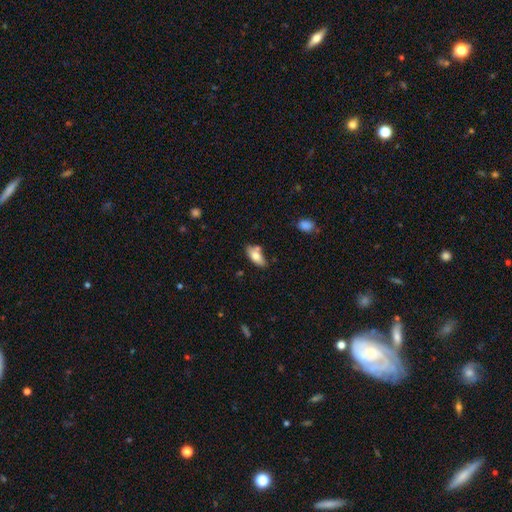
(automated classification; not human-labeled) Smooth or featured? smooth (75%)
How rounded? in between (83%)
Merging? none (65%)